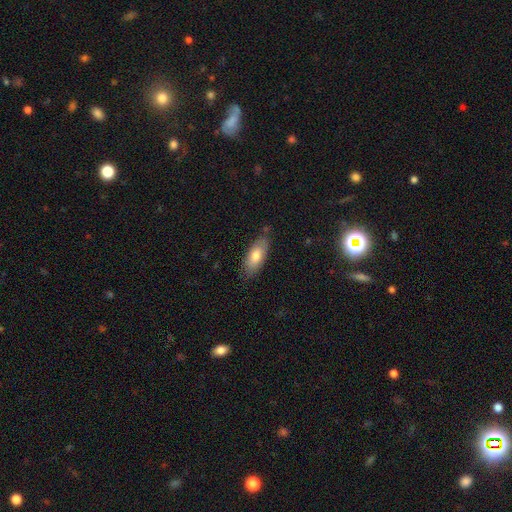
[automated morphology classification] smooth-or-featured: smooth: 76% | featured or disk: 18% | star or artifact: 6%
  how-rounded: in between: 82% | cigar-shaped: 16% | round: 2%
  merging: none: 78% | minor disturbance: 17% | major disturbance: 3% | merger: 2%